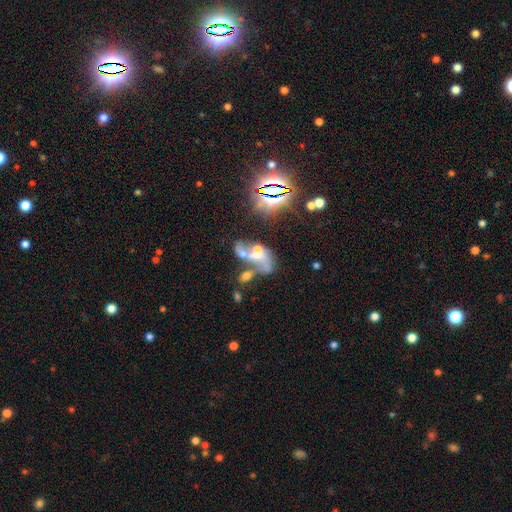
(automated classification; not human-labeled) A featured or disk galaxy (56%) with no bar (73%), no spiral arms (54%) and a moderate central bulge (34%).

Vote fractions:
- Smooth or featured? featured or disk: 56% / smooth: 23% / star or artifact: 21%
- Edge-on disk? no: 96% / yes: 4%
- Bar? no: 73% / weak: 20% / strong: 7%
- Spiral arms? no: 54% / yes: 46%
- Bulge size? moderate: 34% / small: 28% / none: 28% / large: 7% / dominant: 3%
- Merging? merger: 55% / major disturbance: 22% / none: 14% / minor disturbance: 8%